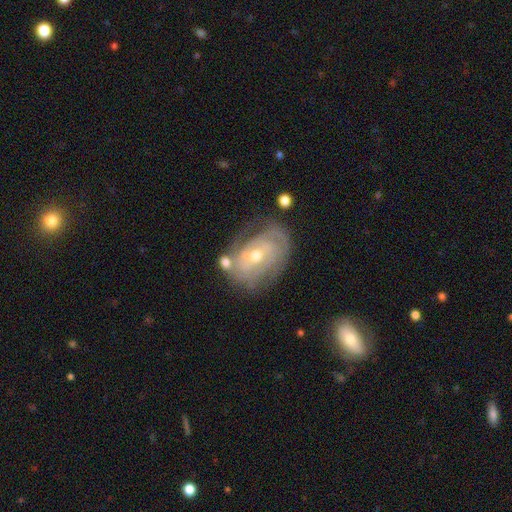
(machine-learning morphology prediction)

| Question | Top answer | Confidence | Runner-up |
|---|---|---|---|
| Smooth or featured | featured or disk | 79% | smooth (15%) |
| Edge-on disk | no | 96% | yes (4%) |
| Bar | no | 58% | weak (33%) |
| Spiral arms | yes | 84% | no (16%) |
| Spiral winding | tight | 66% | medium (26%) |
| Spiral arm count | can't tell | 43% | 2 (32%) |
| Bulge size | moderate | 52% | small (45%) |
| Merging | none | 57% | minor disturbance (23%) |